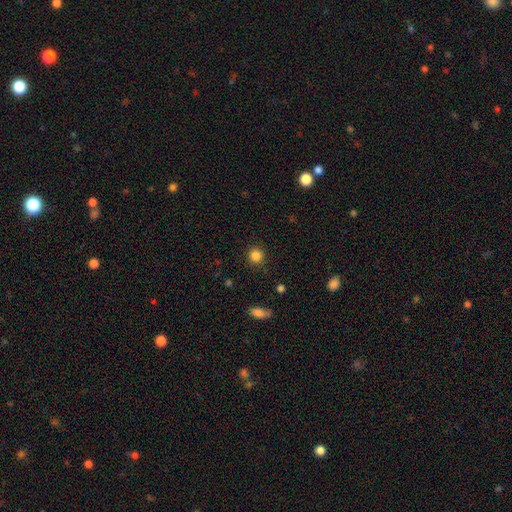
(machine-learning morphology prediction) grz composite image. It shows a smooth galaxy with no disk features (85%) that is round (92%). Merging: none (90%).